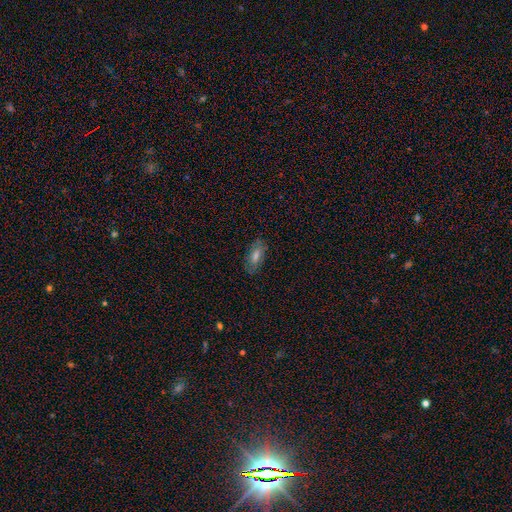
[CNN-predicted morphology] smooth-or-featured: smooth: 61% | featured or disk: 26% | star or artifact: 13%
  how-rounded: in between: 84% | cigar-shaped: 12% | round: 4%
  merging: none: 82% | minor disturbance: 13% | major disturbance: 3% | merger: 1%